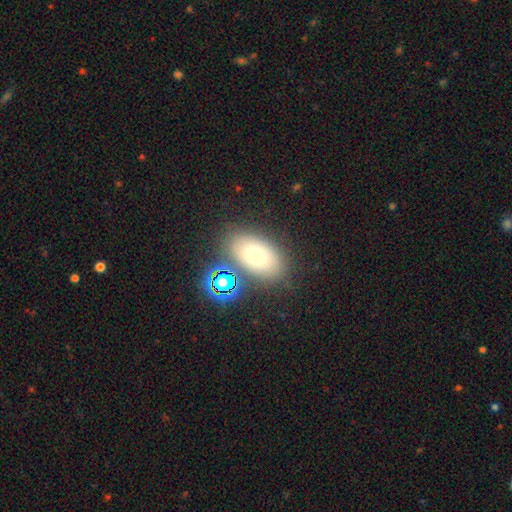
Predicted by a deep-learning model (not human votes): This appears to be a smooth galaxy with no disk features (71%) that is in between round and cigar-shaped (90%). Merging: none (76%).